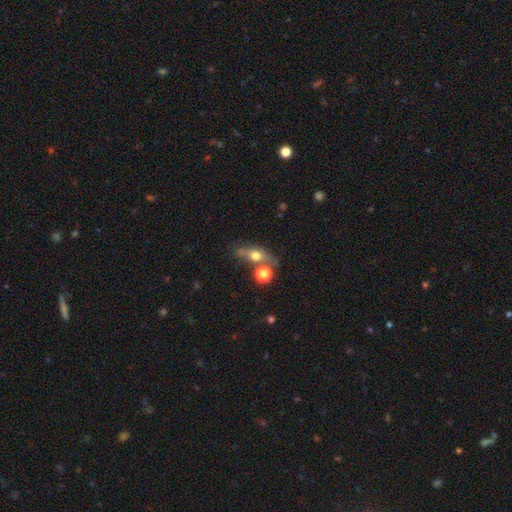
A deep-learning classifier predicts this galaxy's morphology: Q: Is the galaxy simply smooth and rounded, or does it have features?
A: smooth — 57%.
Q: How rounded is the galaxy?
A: in between — 51%.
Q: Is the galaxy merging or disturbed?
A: none — 55%.